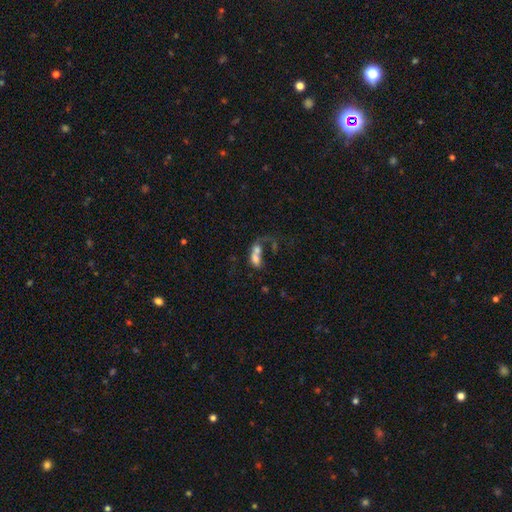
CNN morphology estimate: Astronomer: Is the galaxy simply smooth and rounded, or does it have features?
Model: smooth — 60%.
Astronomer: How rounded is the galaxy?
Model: in between — 77%.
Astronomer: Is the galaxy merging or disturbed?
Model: merger — 68%.